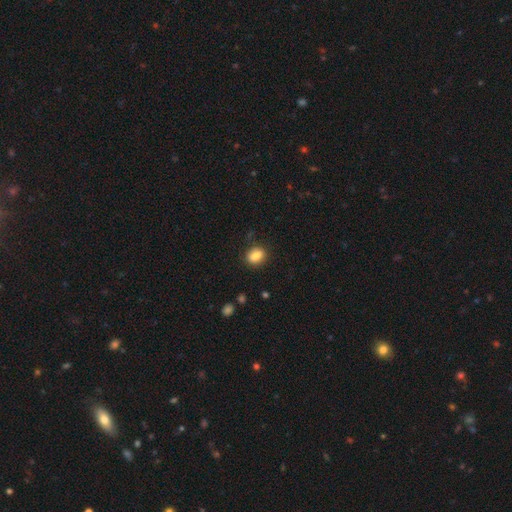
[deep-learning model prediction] Smooth or featured? smooth (85%)
How rounded? in between (65%)
Merging? none (83%)